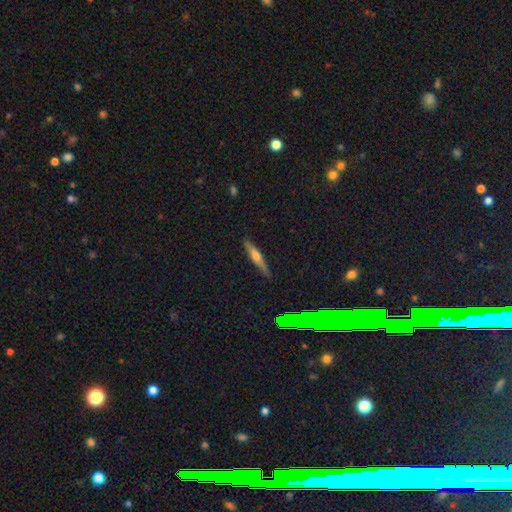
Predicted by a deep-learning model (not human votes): This is possibly a featured or disk galaxy (57%). It is clearly viewed edge-on (96%). Edge-on bulge: likely rounded (77%). Merging: clearly none (88%).